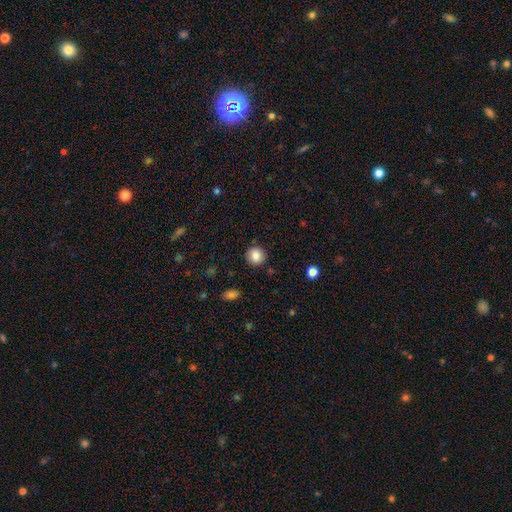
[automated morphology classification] Smooth or featured: smooth — 87% (star or artifact — 9%)
How rounded: round — 91% (in between — 8%)
Merging: none — 89% (minor disturbance — 7%)